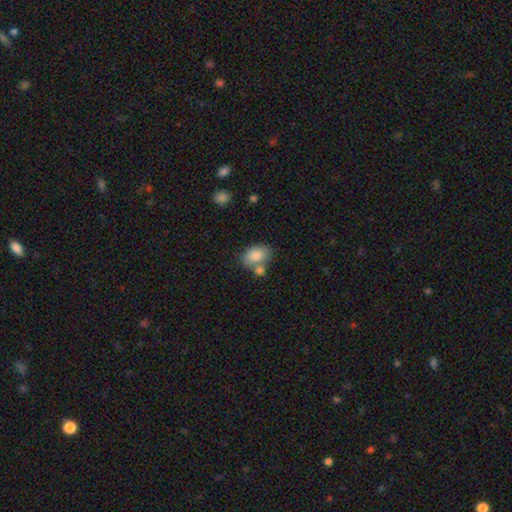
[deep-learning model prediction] Smooth or featured: smooth — 83% (featured or disk — 10%)
How rounded: in between — 83% (round — 16%)
Merging: none — 49% (merger — 28%)